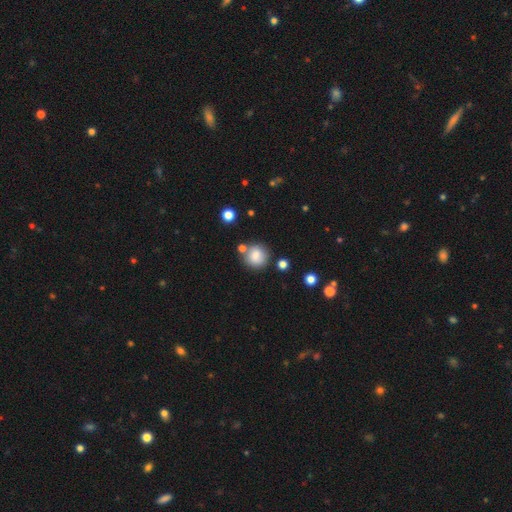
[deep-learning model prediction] Smooth or featured? smooth (82%)
How rounded? round (91%)
Merging? none (74%)